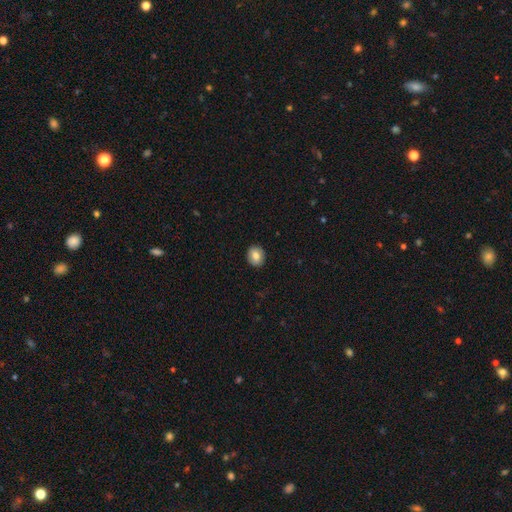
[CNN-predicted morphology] type=smooth (79%); roundness=round (67%); merging=none (90%).